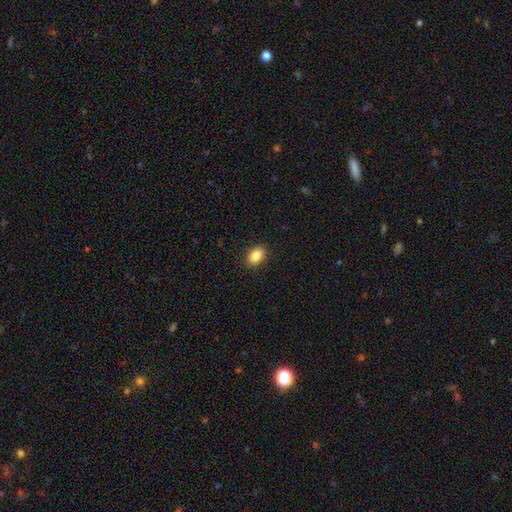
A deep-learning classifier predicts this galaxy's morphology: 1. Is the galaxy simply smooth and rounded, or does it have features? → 87% smooth, 8% star or artifact, 5% featured or disk.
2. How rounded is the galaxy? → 88% in between, 10% round, 2% cigar-shaped.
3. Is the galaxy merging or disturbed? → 90% none, 7% minor disturbance, 2% major disturbance, 1% merger.